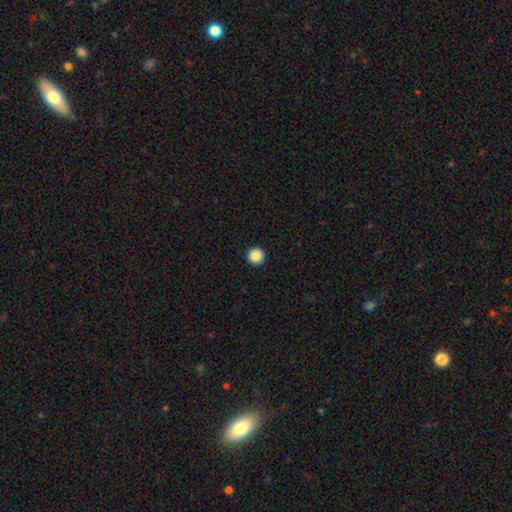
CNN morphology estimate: Q: Smooth or featured?
A: smooth (88%); runner-up: star or artifact (9%)
Q: How rounded?
A: round (97%); runner-up: in between (2%)
Q: Merging?
A: none (94%); runner-up: minor disturbance (4%)